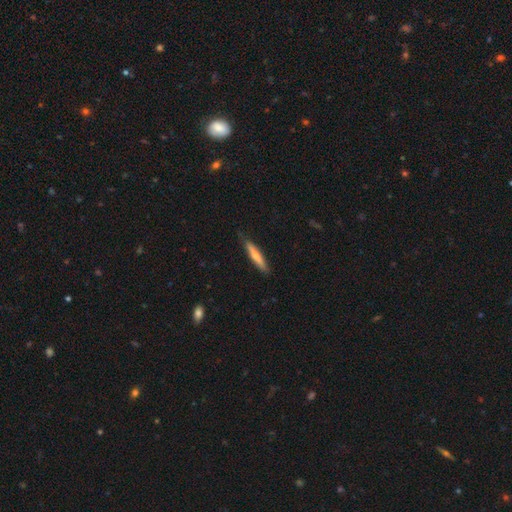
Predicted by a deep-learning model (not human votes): This appears to be a smooth galaxy with no disk features (58%) that is cigar-shaped (89%). Merging: none (83%).